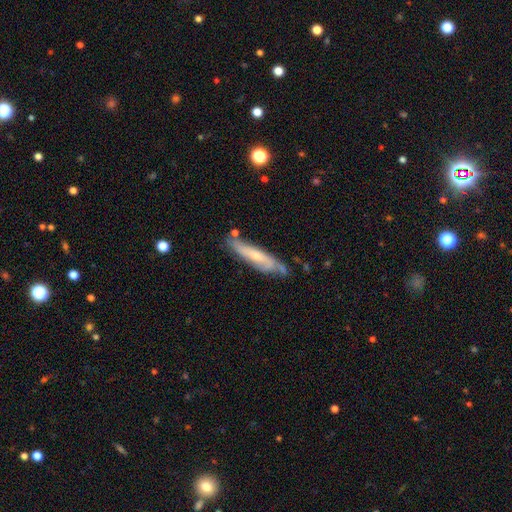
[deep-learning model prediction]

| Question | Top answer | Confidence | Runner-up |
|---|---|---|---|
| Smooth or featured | featured or disk | 56% | smooth (38%) |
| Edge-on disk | no | 50% | tied: yes (50%) |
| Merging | none | 64% | minor disturbance (24%) |